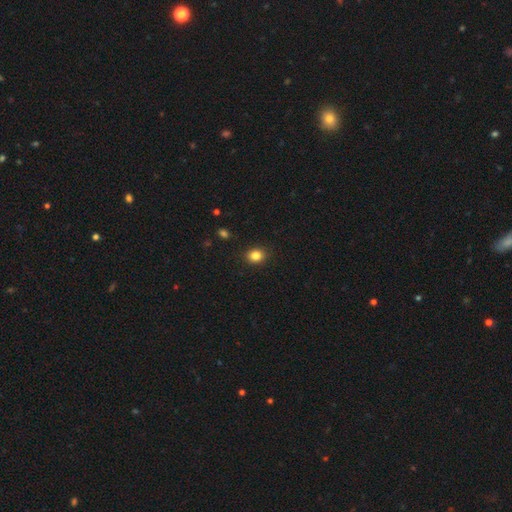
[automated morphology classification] smooth_or_featured: smooth (p=0.84) [alt: star or artifact p=0.11]
how_rounded: round (p=0.62) [alt: in between p=0.37]
merging: none (p=0.90) [alt: minor disturbance p=0.07]